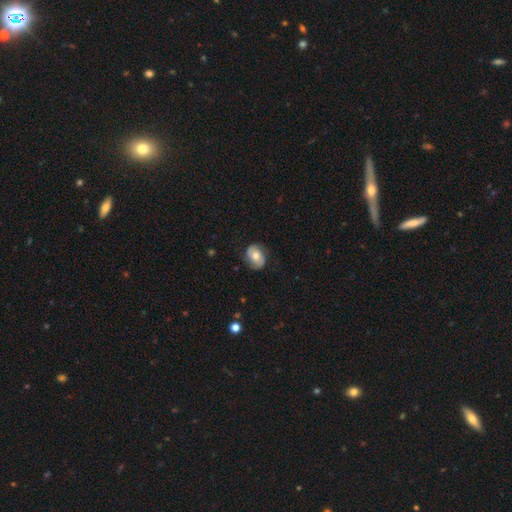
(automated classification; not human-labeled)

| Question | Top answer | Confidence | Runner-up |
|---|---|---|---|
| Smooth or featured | smooth | 50% | featured or disk (43%) |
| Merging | none | 77% | minor disturbance (17%) |